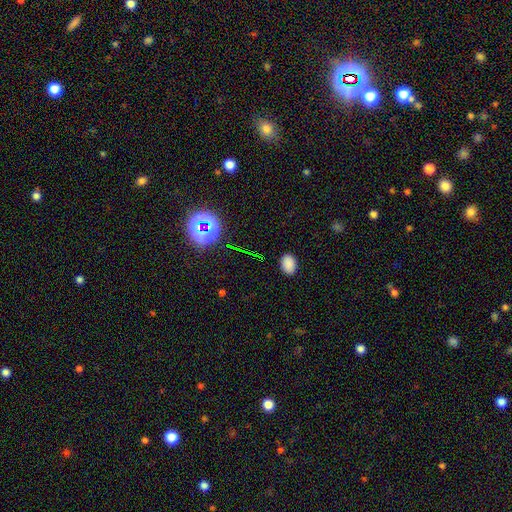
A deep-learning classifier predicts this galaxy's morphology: This is possibly a smooth galaxy (54%). How rounded: likely in between (60%). Merging: clearly none (87%).